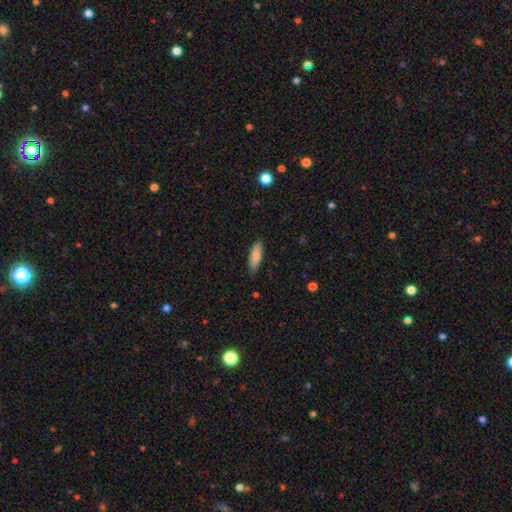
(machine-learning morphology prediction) smooth 80%, featured or disk 14%, star or artifact 6%. Down the decision tree: how rounded — in between (54%); merging — none (87%).